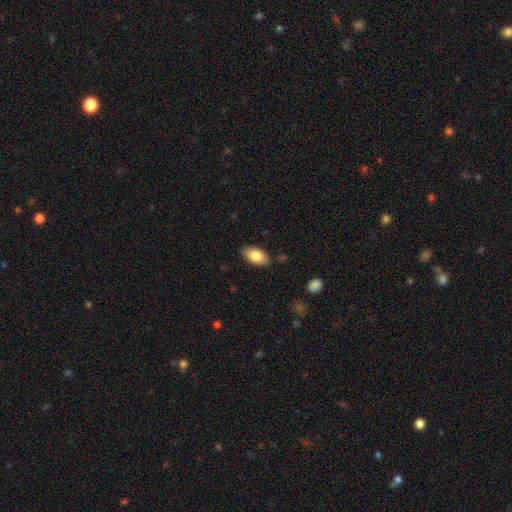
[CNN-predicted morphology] This is clearly a smooth galaxy (85%). How rounded: clearly in between (93%). Merging: clearly none (84%).